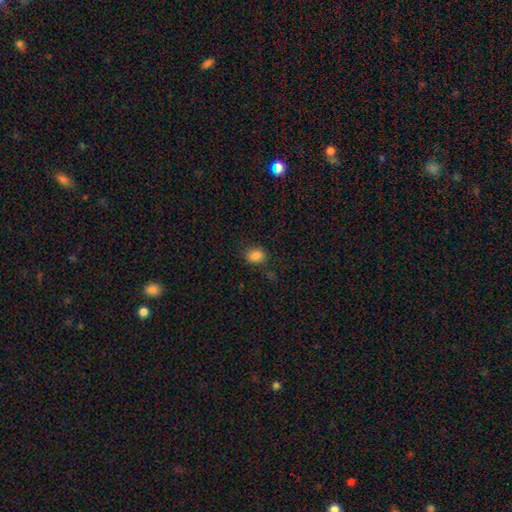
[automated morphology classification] A smooth galaxy with no disk features (84%) that is round (59%). Merging: none (82%).